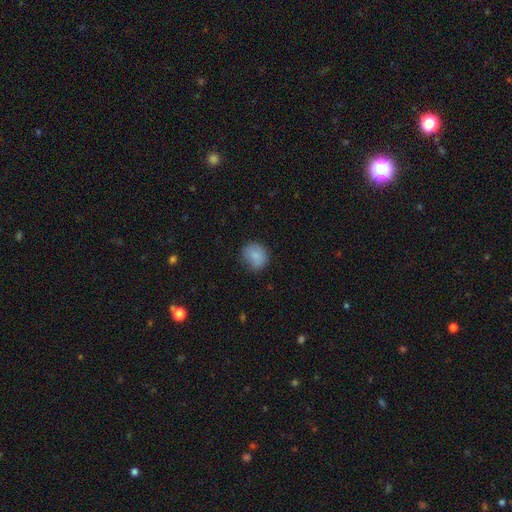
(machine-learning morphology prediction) This is clearly a smooth galaxy (85%). How rounded: likely round (75%). Merging: likely none (70%).